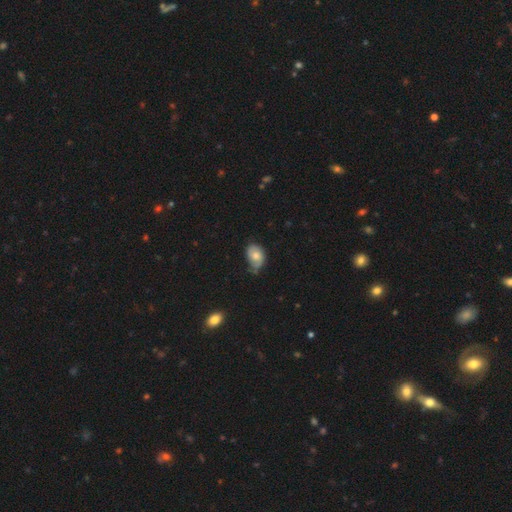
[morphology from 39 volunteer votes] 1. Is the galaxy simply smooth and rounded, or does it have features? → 69% smooth, 26% featured or disk, 5% star or artifact.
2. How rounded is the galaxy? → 78% in between, 19% round, 4% cigar-shaped.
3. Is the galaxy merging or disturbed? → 62% none, 38% minor disturbance, 0% major disturbance, 0% merger.